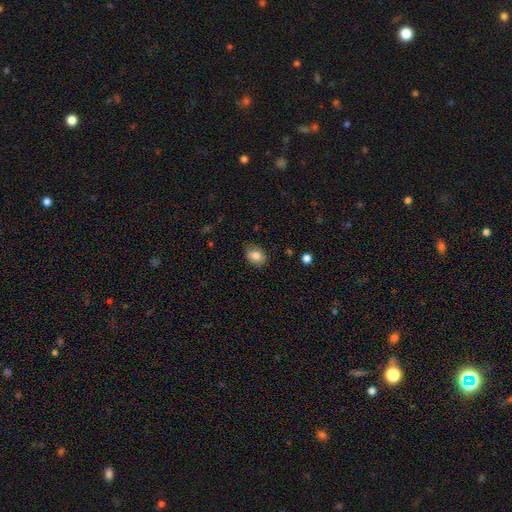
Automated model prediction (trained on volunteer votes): Morphology: type=smooth (80%); roundness=in between (56%); merging=none (81%).